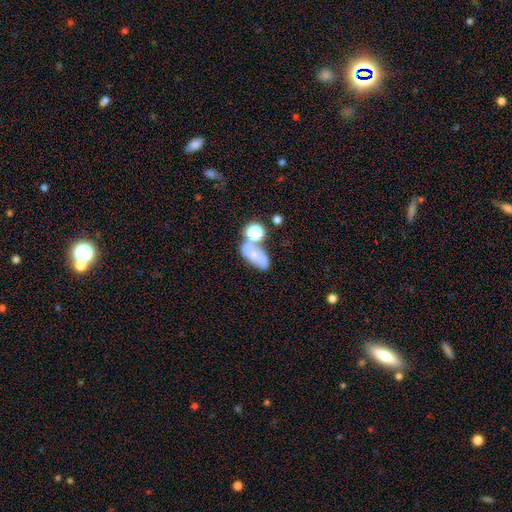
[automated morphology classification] smooth 52%, featured or disk 33%, star or artifact 15%. Down the decision tree: how rounded — in between (79%); merging — merger (36%).